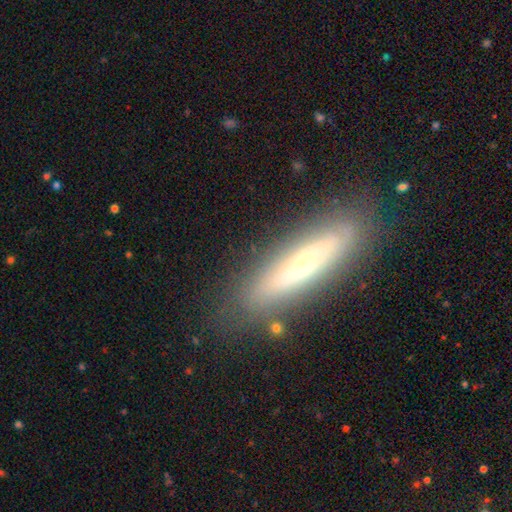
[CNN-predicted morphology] smooth-or-featured: featured or disk: 55% | smooth: 36% | star or artifact: 9%
  disk-edge-on: yes: 66% | no: 34%
  merging: none: 84% | minor disturbance: 11% | major disturbance: 3% | merger: 2%